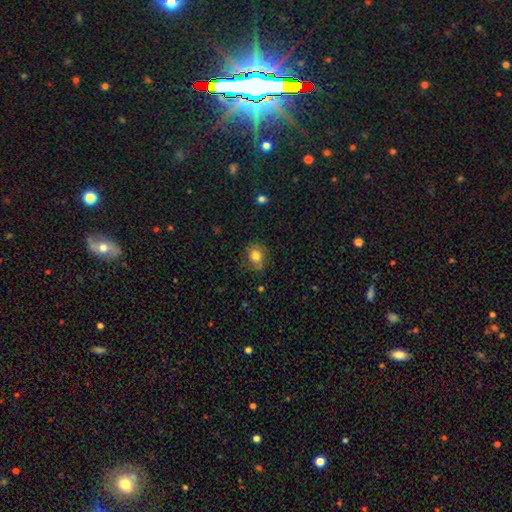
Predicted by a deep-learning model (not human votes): This appears to be a smooth galaxy with no disk features (78%) that is round (62%). Merging: none (72%).